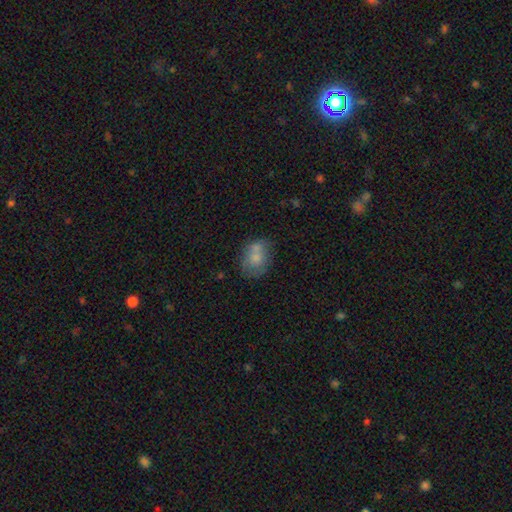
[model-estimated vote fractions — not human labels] A smooth galaxy with no disk features (70%) that is in between round and cigar-shaped (60%). Merging: none (43%).